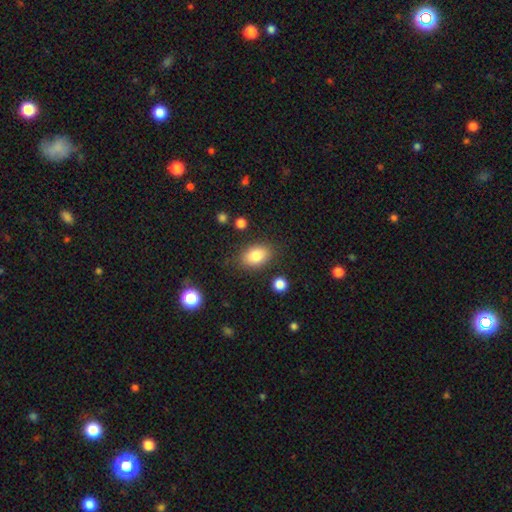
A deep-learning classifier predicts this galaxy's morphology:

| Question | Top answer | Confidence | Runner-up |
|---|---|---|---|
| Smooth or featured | smooth | 84% | featured or disk (8%) |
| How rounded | in between | 86% | round (12%) |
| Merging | none | 82% | minor disturbance (12%) |